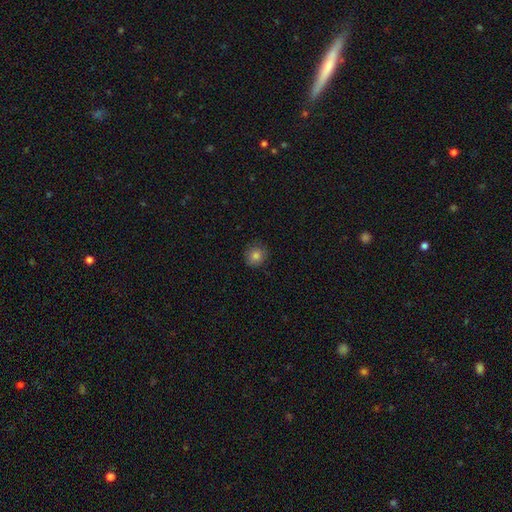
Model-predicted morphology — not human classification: Q: Smooth or featured?
A: smooth (82%); runner-up: star or artifact (11%)
Q: How rounded?
A: round (88%); runner-up: in between (11%)
Q: Merging?
A: none (86%); runner-up: minor disturbance (11%)